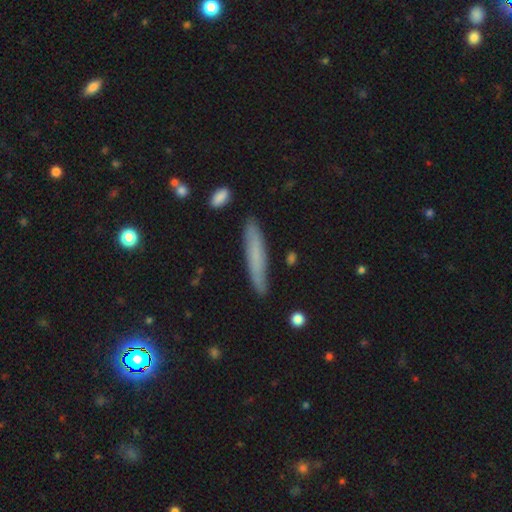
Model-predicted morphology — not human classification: Q: Smooth or featured?
A: smooth (63%); runner-up: featured or disk (27%)
Q: How rounded?
A: cigar-shaped (93%); runner-up: in between (5%)
Q: Merging?
A: none (86%); runner-up: minor disturbance (10%)